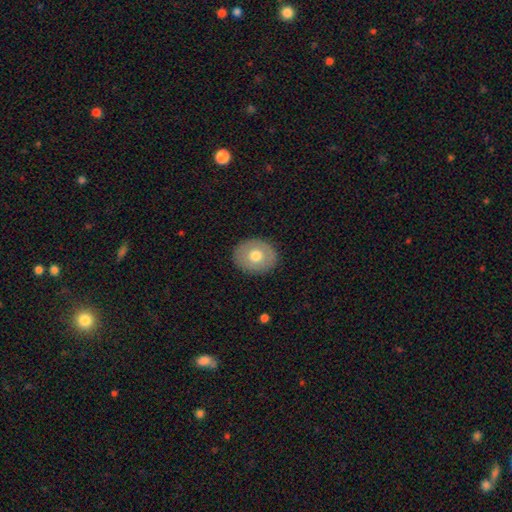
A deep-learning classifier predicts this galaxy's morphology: A smooth galaxy with no disk features (65%) that is round (57%). Merging: none (89%).